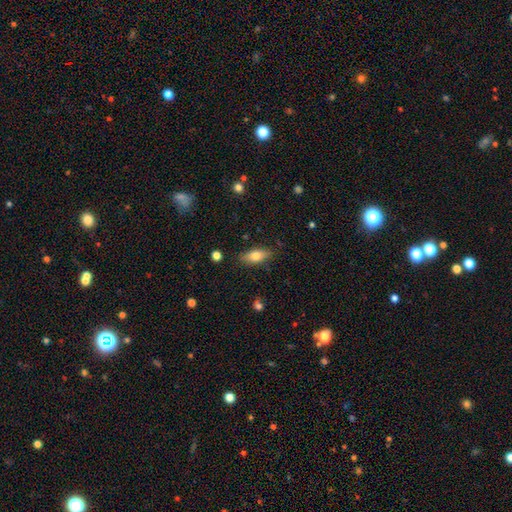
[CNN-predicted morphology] Smooth or featured? Predicted: smooth (p=0.71). How rounded? Predicted: in between (p=0.77). Merging? Predicted: none (p=0.84).